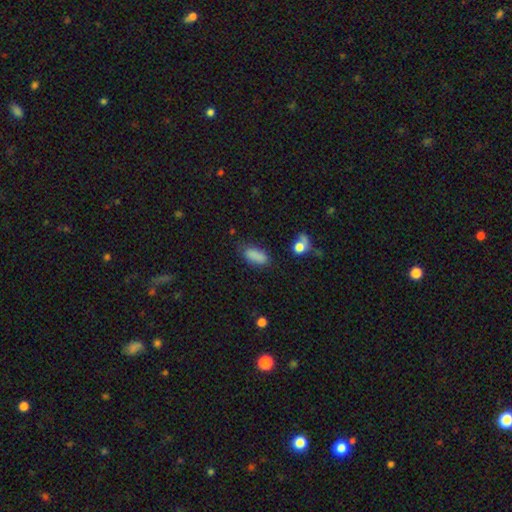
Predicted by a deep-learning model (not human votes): The model was most divided on "merging": none: 70%, minor disturbance: 20%, major disturbance: 6%, merger: 4%. More confident: smooth or featured — smooth (85%); how rounded — in between (84%).